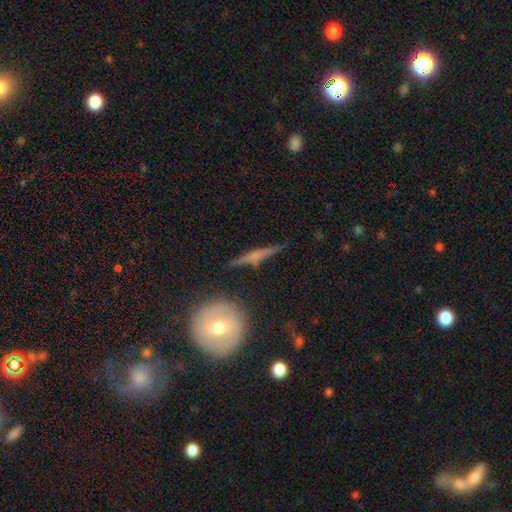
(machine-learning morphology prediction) Smooth or featured? featured or disk (58%)
Edge-on disk? yes (93%)
Edge-on bulge? rounded (47%)
Merging? none (82%)